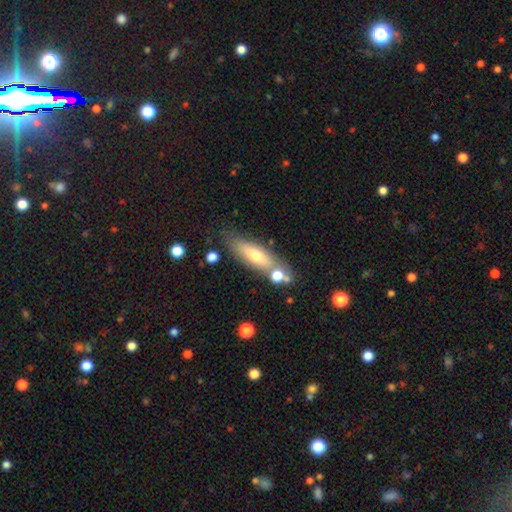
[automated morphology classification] Smooth or featured? smooth (60%)
How rounded? cigar-shaped (52%)
Merging? none (67%)